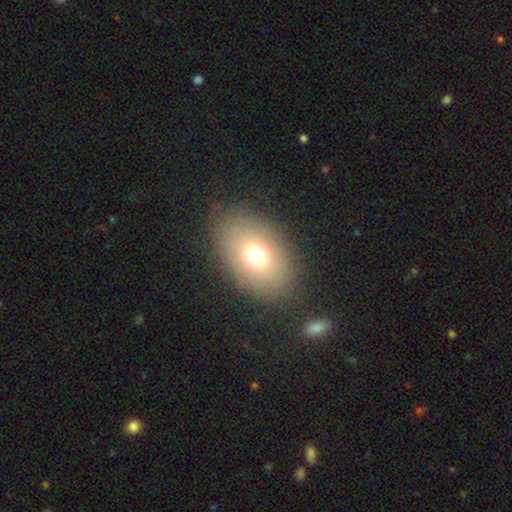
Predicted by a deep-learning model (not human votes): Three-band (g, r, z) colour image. It shows a smooth galaxy with no disk features (72%) that is in between round and cigar-shaped (84%). Merging: none (83%).